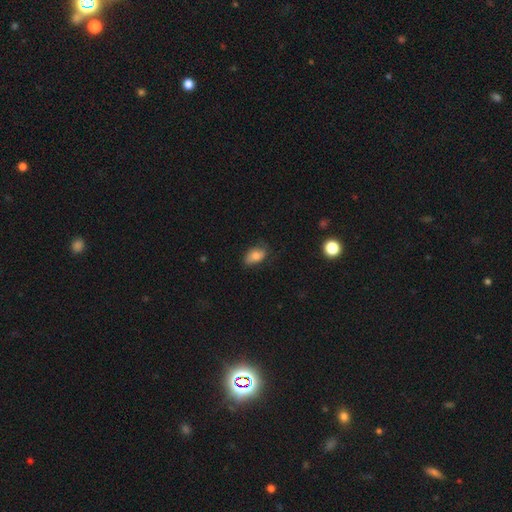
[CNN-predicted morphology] This appears to be a smooth galaxy with no disk features (75%) that is in between round and cigar-shaped (87%). Merging: none (62%).